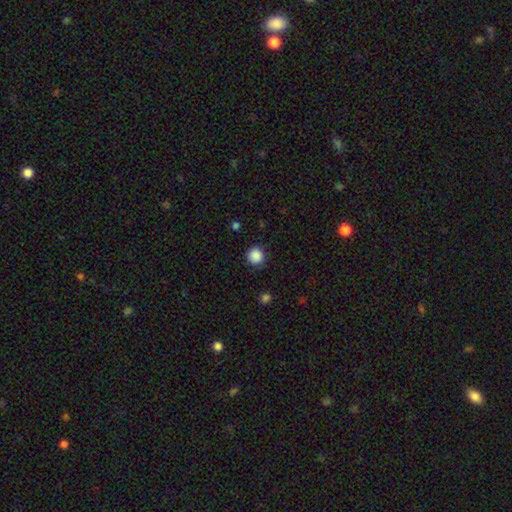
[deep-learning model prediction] Smooth or featured? smooth (88%)
How rounded? round (95%)
Merging? none (89%)